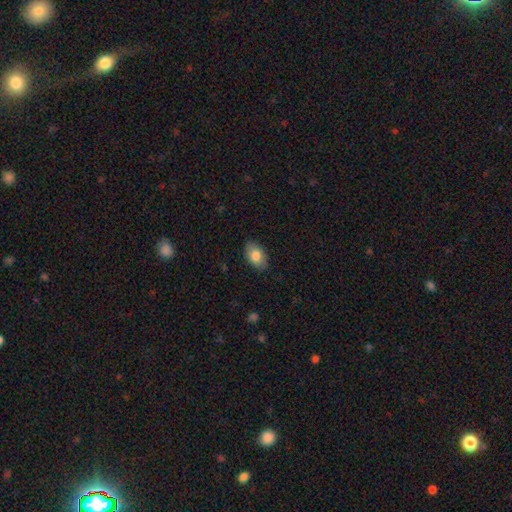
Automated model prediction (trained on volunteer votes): Smooth or featured: smooth — 80% (featured or disk — 14%)
How rounded: in between — 91% (round — 7%)
Merging: none — 85% (minor disturbance — 12%)